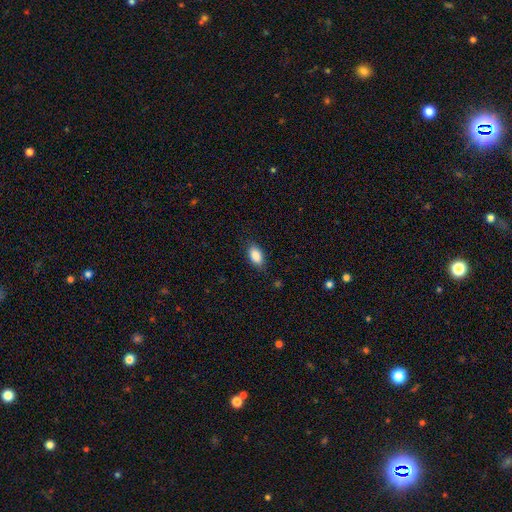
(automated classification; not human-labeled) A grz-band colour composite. It shows a smooth galaxy with no disk features (88%) that is in between round and cigar-shaped (91%). Merging: none (83%).